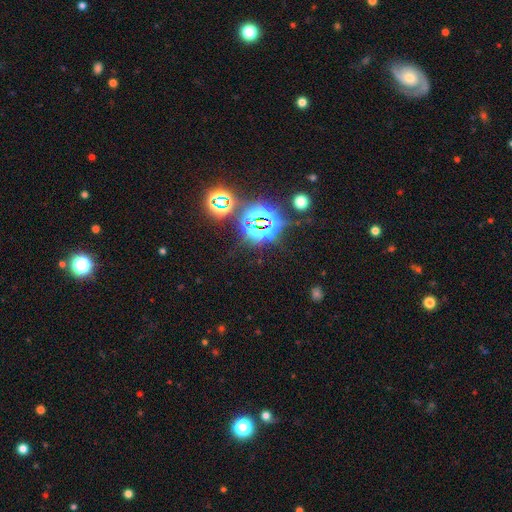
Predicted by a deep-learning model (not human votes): A star or artifact, not a galaxy (80%).

Vote fractions:
- Smooth or featured? star or artifact: 80% / smooth: 13% / featured or disk: 7%